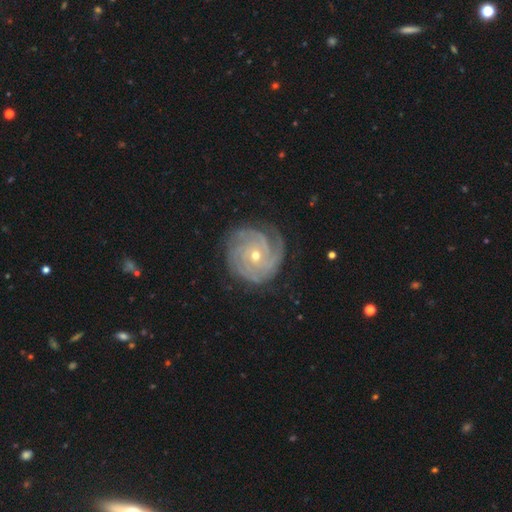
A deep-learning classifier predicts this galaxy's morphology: Smooth or featured? Predicted: featured or disk (p=0.88). Edge-on disk? Predicted: no (p=0.97). Bar? Predicted: no (p=0.75). Spiral arms? Predicted: yes (p=0.98). Spiral winding? Predicted: tight (p=0.81). Spiral arm count? Predicted: 3 (p=0.28). Bulge size? Predicted: small (p=0.57). Merging? Predicted: none (p=0.79).